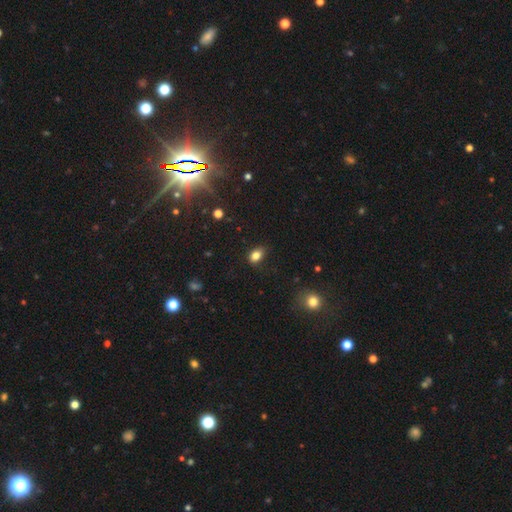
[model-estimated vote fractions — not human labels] Smooth or featured? smooth (82%)
How rounded? in between (78%)
Merging? none (74%)